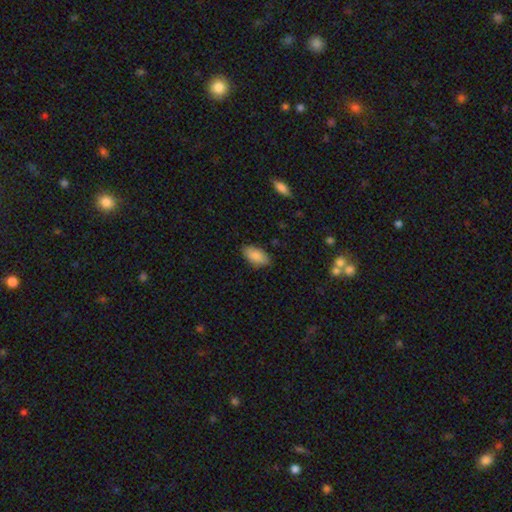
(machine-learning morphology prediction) smooth-or-featured: smooth: 87% | featured or disk: 7% | star or artifact: 7%
  how-rounded: in between: 93% | cigar-shaped: 4% | round: 3%
  merging: none: 86% | minor disturbance: 11% | major disturbance: 2% | merger: 1%